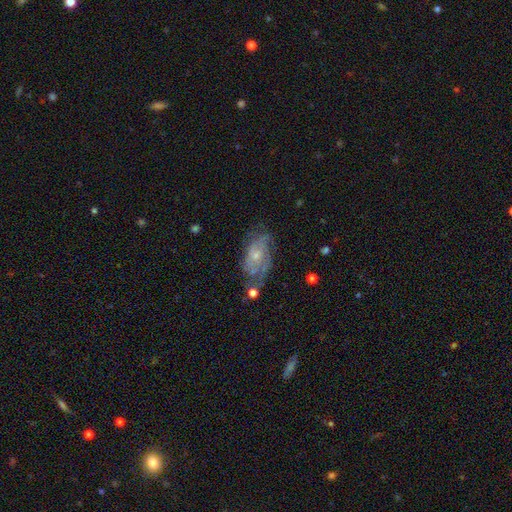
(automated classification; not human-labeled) Smooth or featured: featured or disk — 70% (smooth — 20%)
Edge-on disk: no — 94% (yes — 6%)
Bar: no — 75% (weak — 22%)
Spiral arms: yes — 85% (no — 15%)
Spiral winding: tight — 47% (medium — 39%)
Spiral arm count: can't tell — 40% (2 — 31%)
Bulge size: small — 56% (moderate — 36%)
Merging: none — 58% (minor disturbance — 23%)